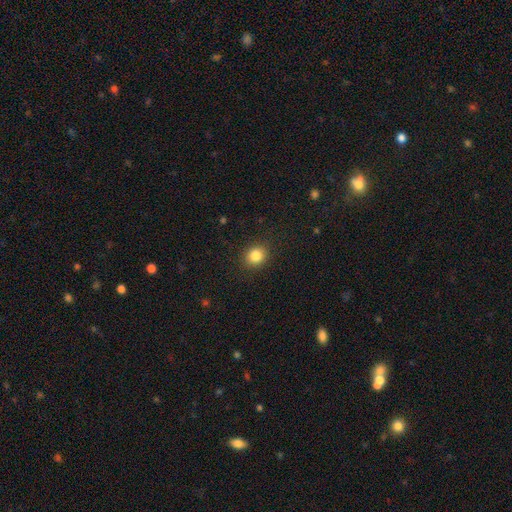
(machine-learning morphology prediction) smooth 84%, star or artifact 11%, featured or disk 5%. Down the decision tree: how rounded — round (74%); merging — none (89%).